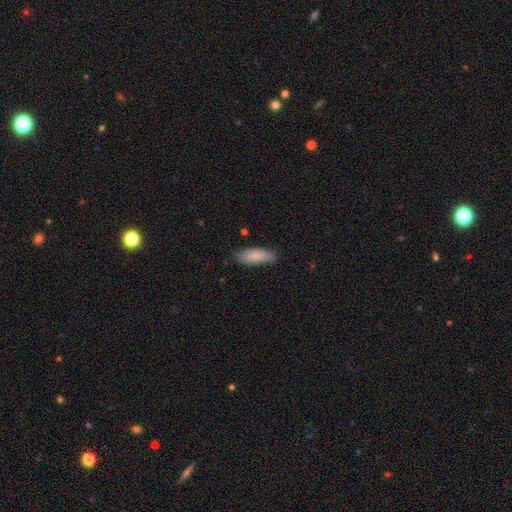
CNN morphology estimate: This is clearly a smooth galaxy (86%). How rounded: likely in between (71%). Merging: likely none (78%).